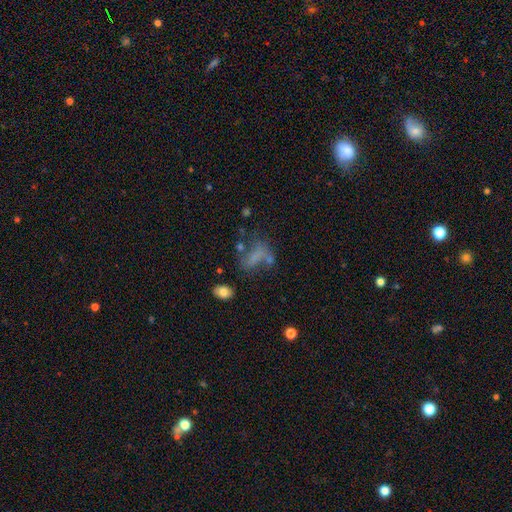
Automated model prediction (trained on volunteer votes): Smooth or featured: smooth — 48% (featured or disk — 32%)
Merging: none — 37% (major disturbance — 29%)